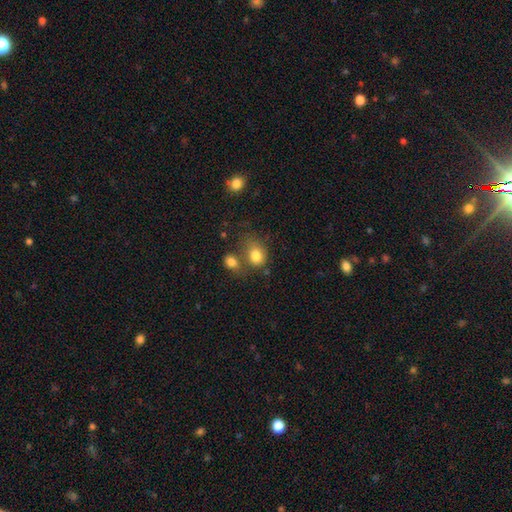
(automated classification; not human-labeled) Overall: smooth (81%). How rounded: in between (58%; round 41%). Merging: none (42%; merger 32%).